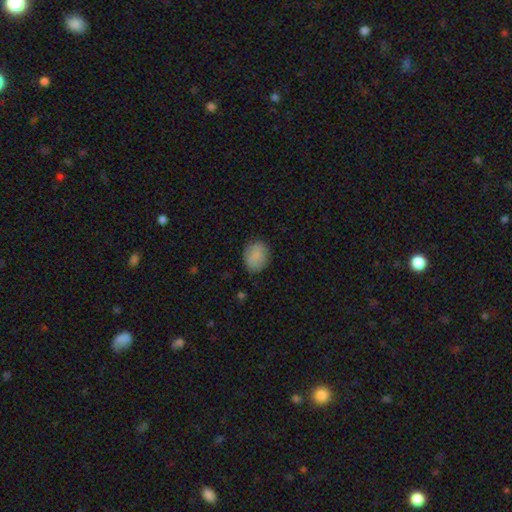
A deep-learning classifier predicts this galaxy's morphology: Overall: smooth (86%). How rounded: in between (54%; round 45%). Merging: none (80%).